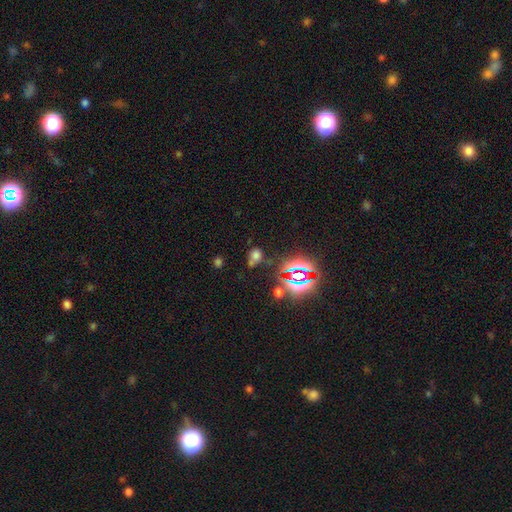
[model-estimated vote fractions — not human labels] This appears to be a smooth galaxy with no disk features (54%) that is round (49%, tied with in between). Merging: none (49%).